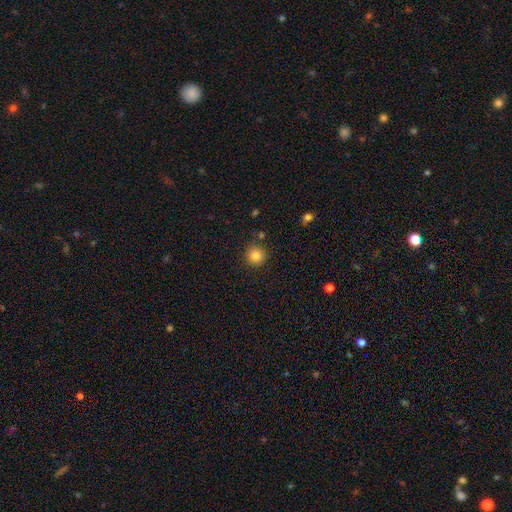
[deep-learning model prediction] Morphology: type=smooth (83%); roundness=round (94%); merging=none (86%).